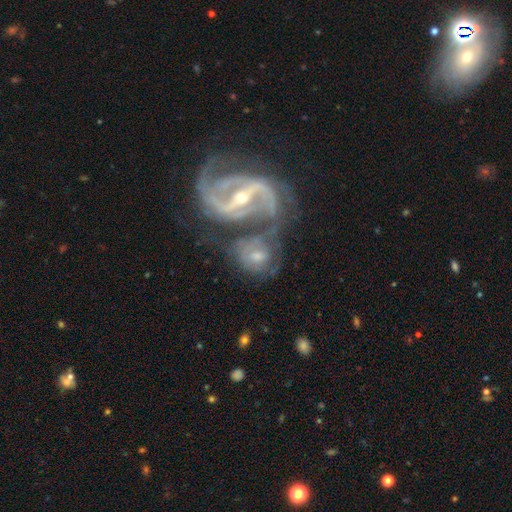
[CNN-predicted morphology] Smooth or featured? Predicted: featured or disk (p=0.75). Edge-on disk? Predicted: no (p=0.95). Bar? Predicted: strong (p=0.45). Spiral arms? Predicted: yes (p=0.82). Spiral winding? Predicted: medium (p=0.47). Spiral arm count? Predicted: 2 (p=0.66). Bulge size? Predicted: moderate (p=0.55). Merging? Predicted: merger (p=0.47).